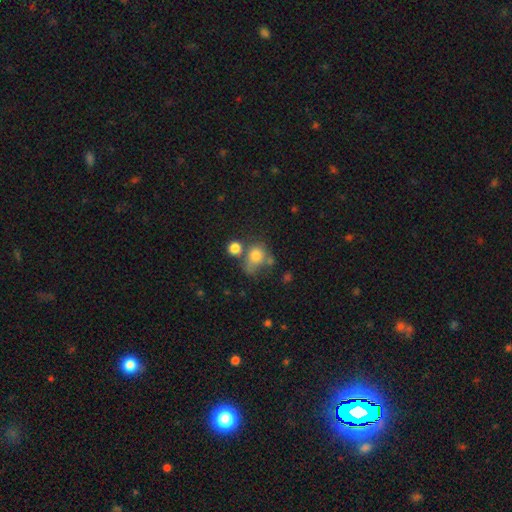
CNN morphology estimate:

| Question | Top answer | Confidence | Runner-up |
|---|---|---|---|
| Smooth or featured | smooth | 74% | featured or disk (13%) |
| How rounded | round | 63% | in between (36%) |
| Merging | none | 38% | merger (30%) |